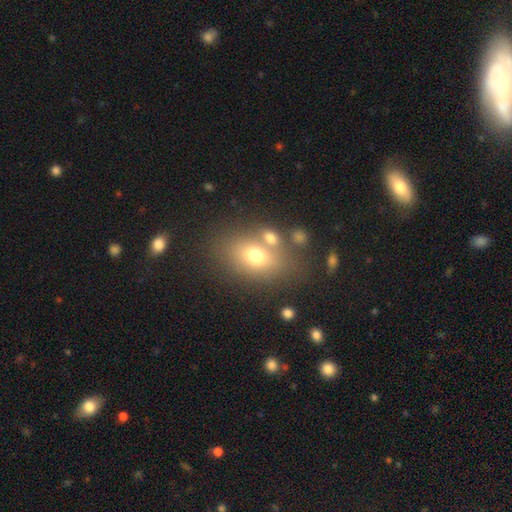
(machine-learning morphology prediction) Smooth or featured? smooth (68%)
How rounded? in between (72%)
Merging? none (62%)